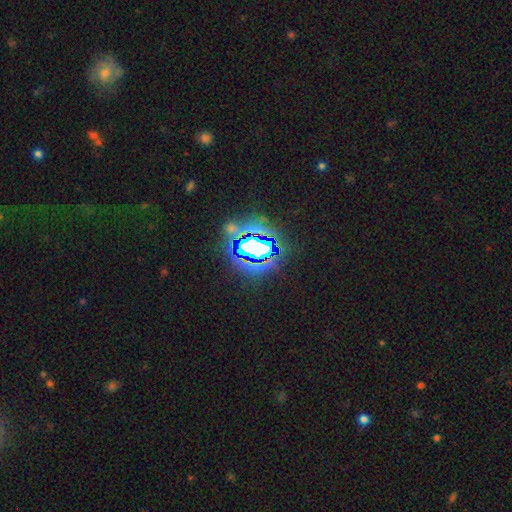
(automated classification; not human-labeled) smooth-or-featured: star or artifact: 74% | smooth: 14% | featured or disk: 12%